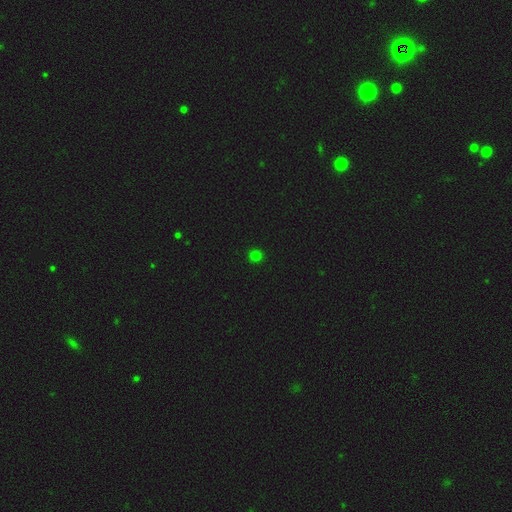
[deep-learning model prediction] A smooth galaxy with no disk features (78%) that is round (92%).

Vote fractions:
- Smooth or featured? smooth: 78% / star or artifact: 18% / featured or disk: 3%
- How rounded? round: 92% / in between: 7% / cigar-shaped: 1%
- Merging? none: 93% / minor disturbance: 5% / major disturbance: 2% / merger: 1%